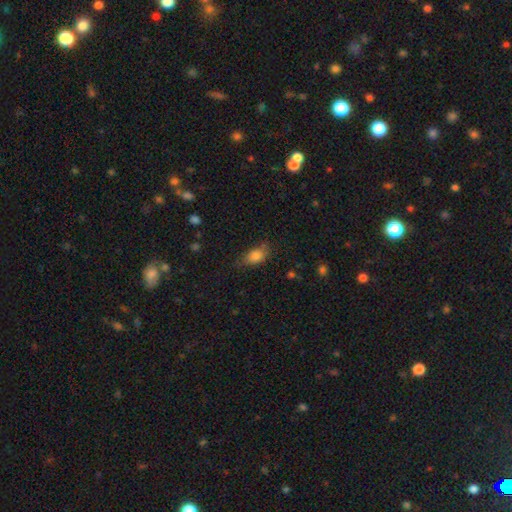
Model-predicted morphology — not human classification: The model was most divided on "merging": none: 60%, minor disturbance: 28%, major disturbance: 9%, merger: 2%. More confident: how rounded — in between (85%); smooth or featured — smooth (82%).